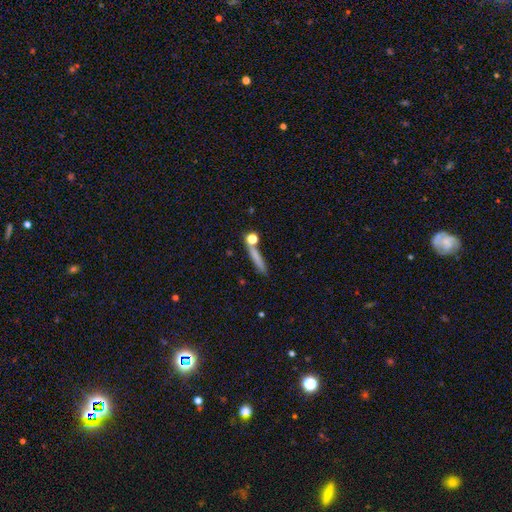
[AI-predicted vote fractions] This is likely a smooth galaxy (69%). How rounded: clearly cigar-shaped (84%). Merging: likely none (71%).